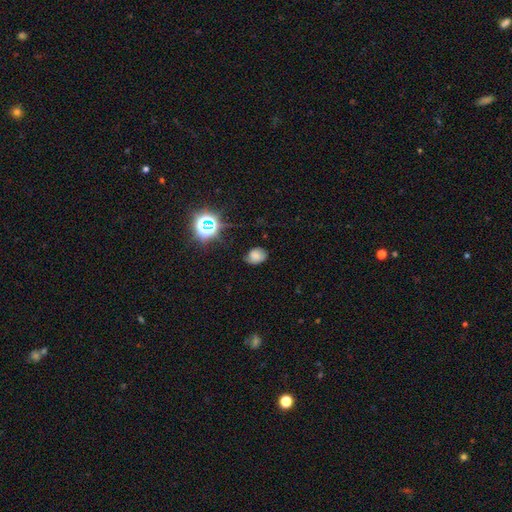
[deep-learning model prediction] smooth 66%, star or artifact 19%, featured or disk 14%. Down the decision tree: how rounded — in between (60%); merging — none (63%).